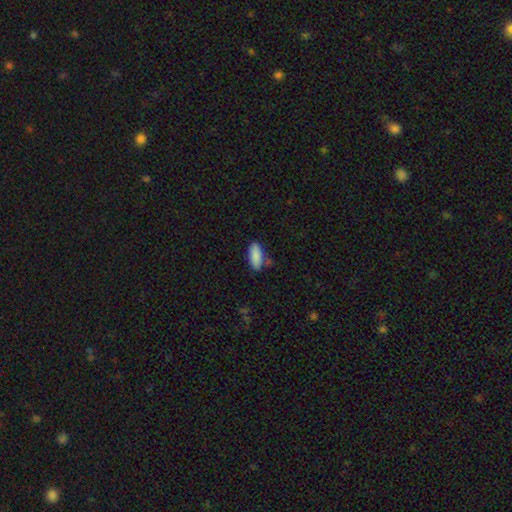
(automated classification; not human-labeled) smooth_or_featured: smooth (p=0.88) [alt: star or artifact p=0.07]
how_rounded: in between (p=0.82) [alt: cigar-shaped p=0.16]
merging: none (p=0.69) [alt: minor disturbance p=0.20]